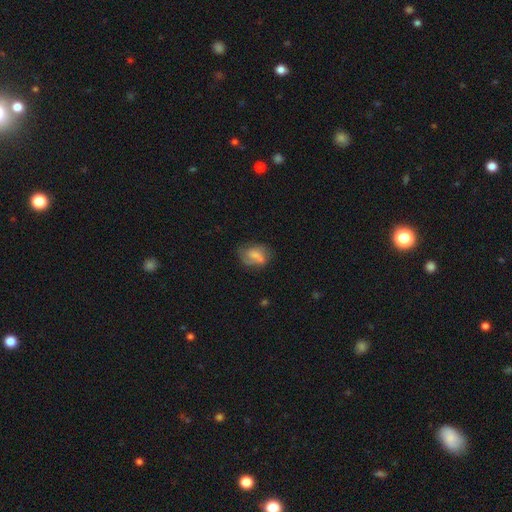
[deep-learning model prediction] The model was most divided on "smooth or featured": smooth: 47%, featured or disk: 43%, star or artifact: 9%. Remaining: merging — none (47%).